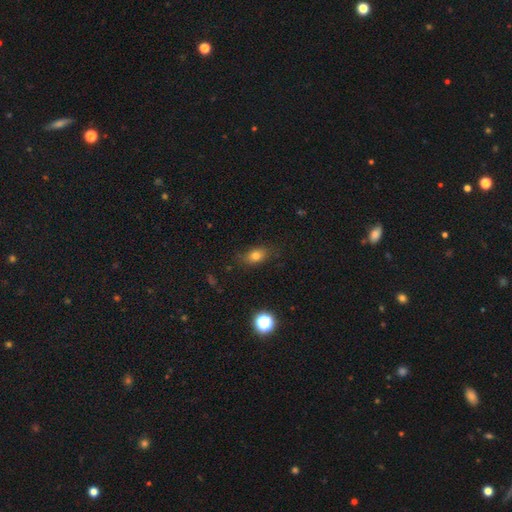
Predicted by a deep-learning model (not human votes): Morphology: type=smooth (76%); roundness=in between (76%); merging=none (77%).